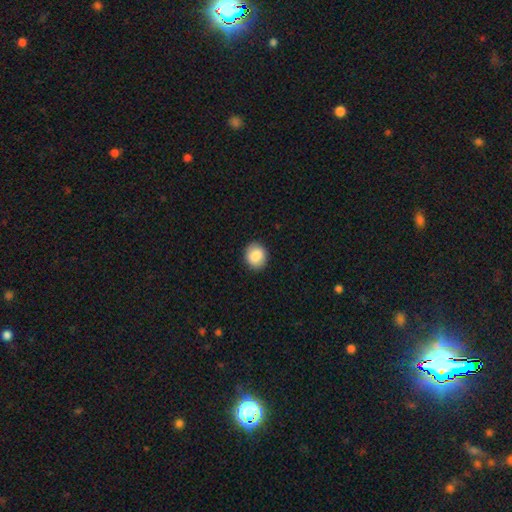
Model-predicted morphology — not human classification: type=smooth (86%); roundness=round (67%); merging=none (89%).